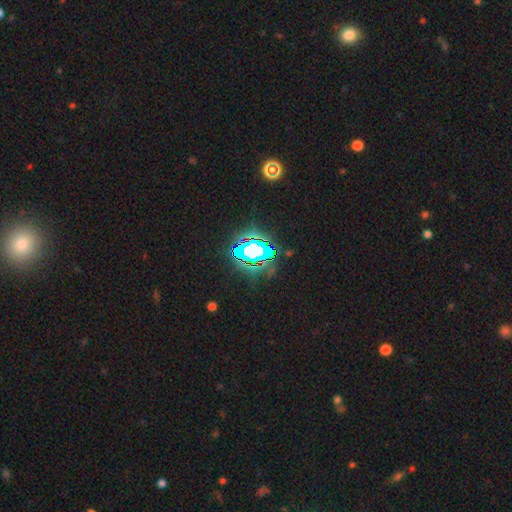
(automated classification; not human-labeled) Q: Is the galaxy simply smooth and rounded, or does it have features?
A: star or artifact — 63%.